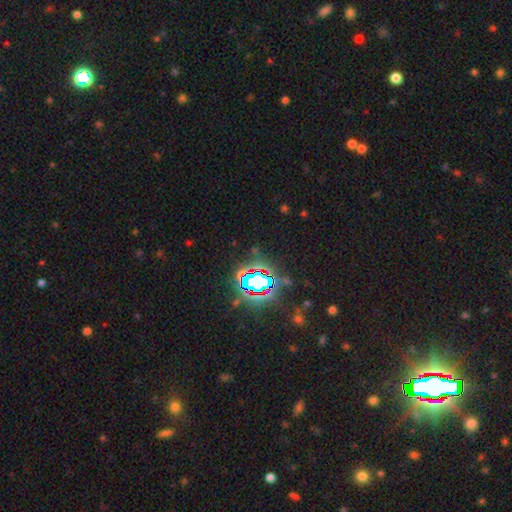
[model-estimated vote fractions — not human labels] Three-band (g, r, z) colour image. It shows a star or artifact, not a galaxy (80%).